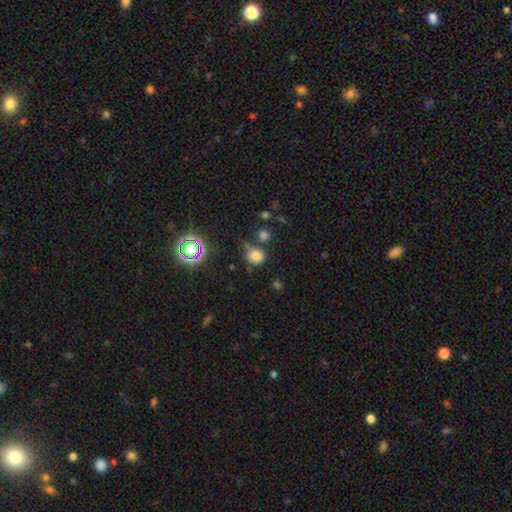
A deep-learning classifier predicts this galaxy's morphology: Smooth or featured? smooth (75%)
How rounded? round (81%)
Merging? none (65%)